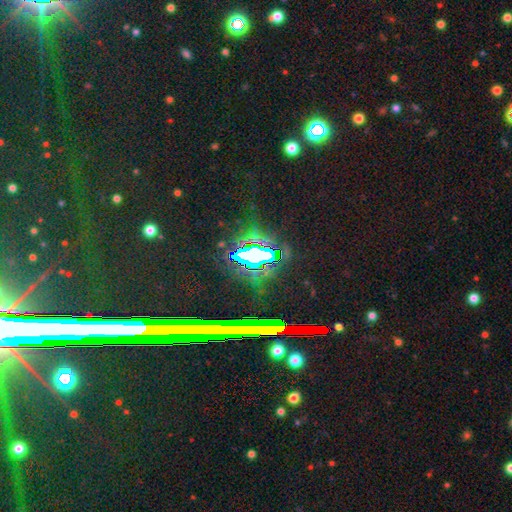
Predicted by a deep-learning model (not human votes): star or artifact 69%, smooth 18%, featured or disk 13%.